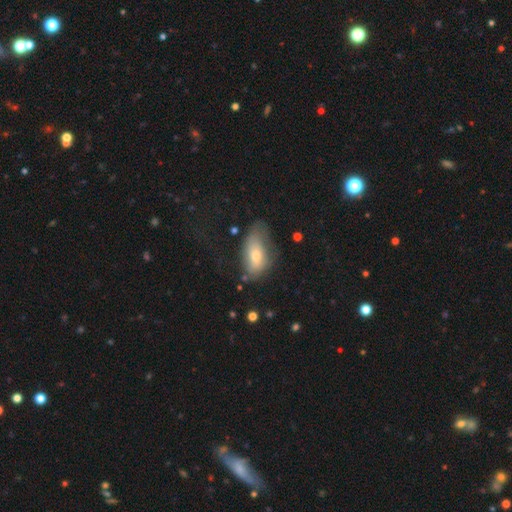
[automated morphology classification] This is likely a smooth galaxy (65%). How rounded: clearly in between (89%). Merging: marginally none (41%).